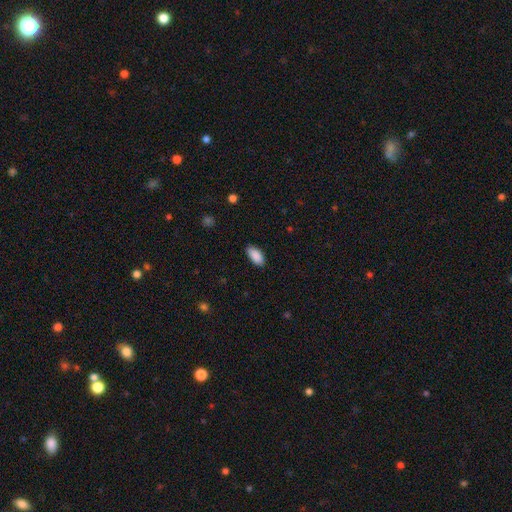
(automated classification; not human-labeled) This is clearly a smooth galaxy (90%). How rounded: clearly in between (92%). Merging: clearly none (86%).